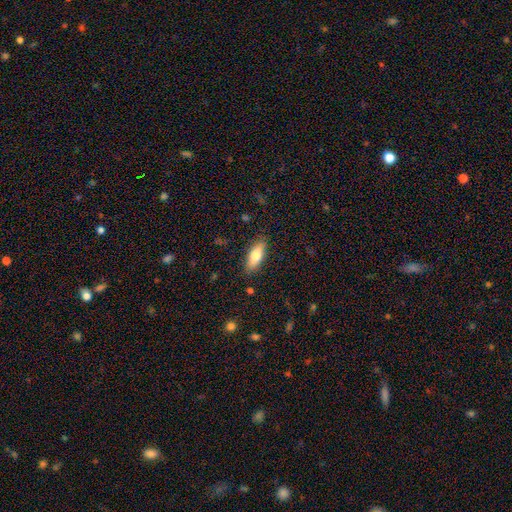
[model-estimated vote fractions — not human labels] The model was most divided on "how rounded": in between: 70%, cigar-shaped: 28%, round: 2%. More confident: merging — none (87%); smooth or featured — smooth (74%).